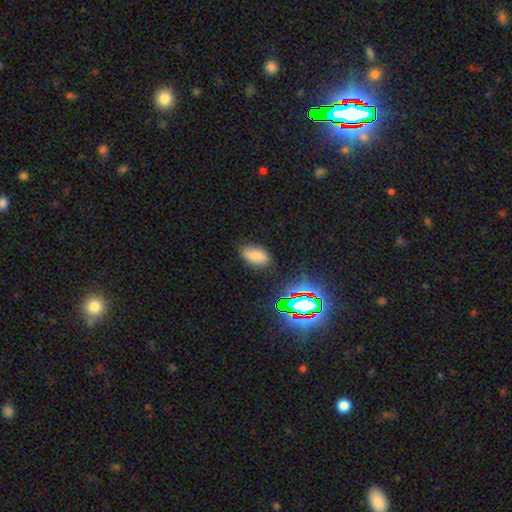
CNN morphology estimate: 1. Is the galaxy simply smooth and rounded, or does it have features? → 76% smooth, 16% star or artifact, 8% featured or disk.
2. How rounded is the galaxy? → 91% in between, 6% round, 2% cigar-shaped.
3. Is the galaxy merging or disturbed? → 82% none, 14% minor disturbance, 3% major disturbance, 2% merger.